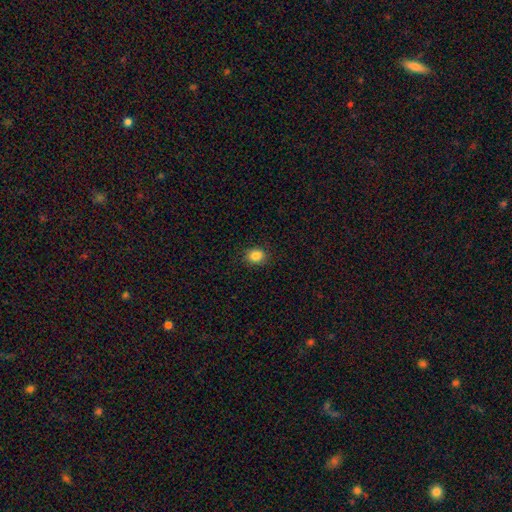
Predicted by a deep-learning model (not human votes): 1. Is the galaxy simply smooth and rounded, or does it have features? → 86% smooth, 10% star or artifact, 4% featured or disk.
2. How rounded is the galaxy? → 53% round, 46% in between, 1% cigar-shaped.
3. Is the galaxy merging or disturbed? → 87% none, 10% minor disturbance, 3% major disturbance, 1% merger.